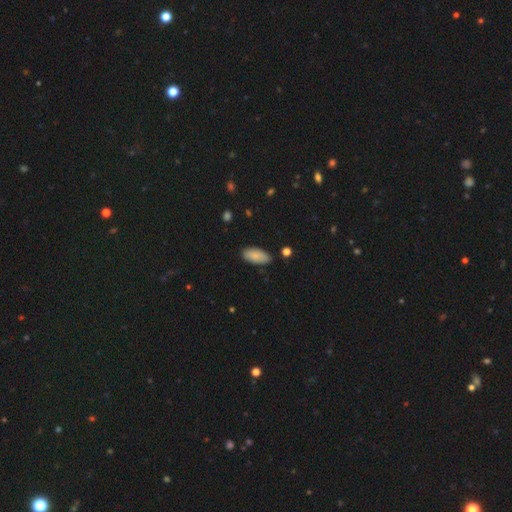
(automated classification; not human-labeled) smooth-or-featured: smooth: 86% | featured or disk: 8% | star or artifact: 6%
  how-rounded: in between: 89% | cigar-shaped: 9% | round: 2%
  merging: none: 85% | minor disturbance: 12% | major disturbance: 2% | merger: 2%